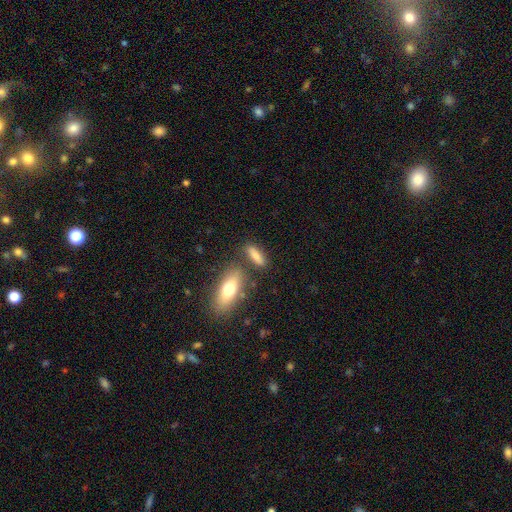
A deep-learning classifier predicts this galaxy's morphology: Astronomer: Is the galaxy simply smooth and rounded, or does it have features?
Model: smooth — 78%.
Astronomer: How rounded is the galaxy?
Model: in between — 48%, tied with cigar-shaped at 48%.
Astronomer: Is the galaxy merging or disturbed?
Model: none — 70%.